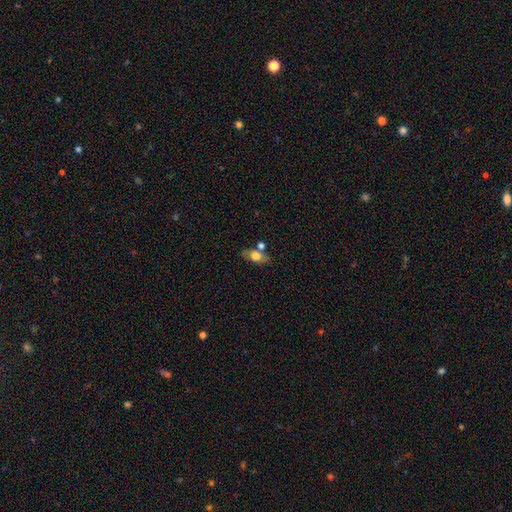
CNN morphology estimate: Smooth or featured? Predicted: smooth (p=0.63). How rounded? Predicted: in between (p=0.78). Merging? Predicted: none (p=0.60).